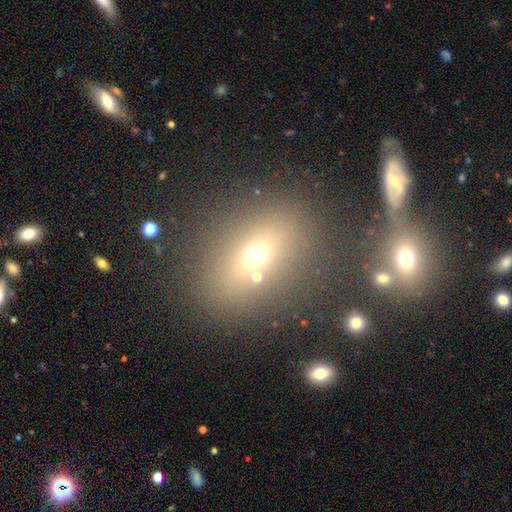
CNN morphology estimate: The model was most divided on "how rounded": in between: 58%, round: 39%, cigar-shaped: 3%. More confident: merging — none (75%); smooth or featured — smooth (63%).